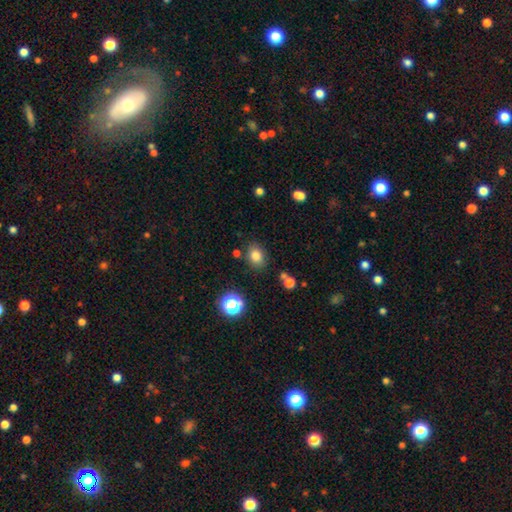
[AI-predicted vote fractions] The model was most divided on "how rounded": in between: 54%, round: 45%, cigar-shaped: 1%. More confident: smooth or featured — smooth (81%); merging — none (79%).